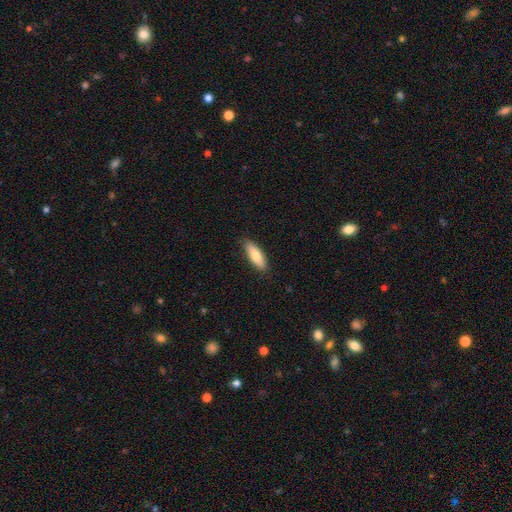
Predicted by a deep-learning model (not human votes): Overall: smooth (79%). How rounded: in between (54%; cigar-shaped 44%). Merging: none (86%).